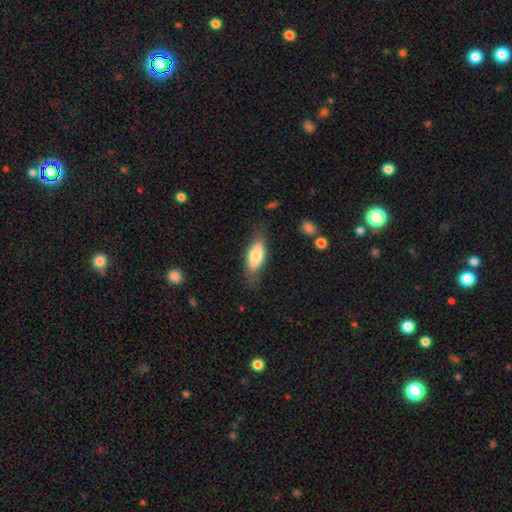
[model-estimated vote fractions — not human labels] smooth_or_featured: smooth (p=0.72) [alt: featured or disk p=0.22]
how_rounded: in between (p=0.74) [alt: cigar-shaped p=0.23]
merging: none (p=0.71) [alt: minor disturbance p=0.20]